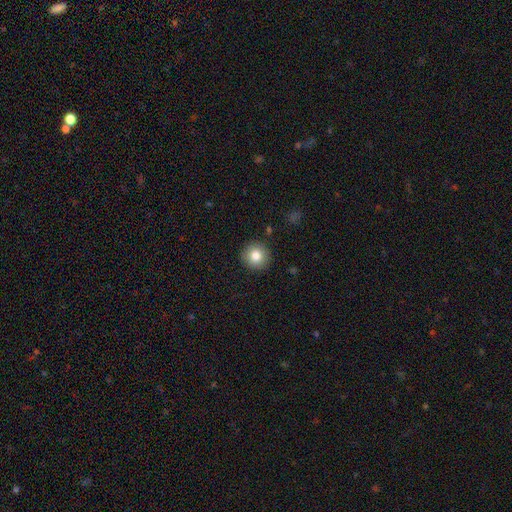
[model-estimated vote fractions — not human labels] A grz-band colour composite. It shows a smooth galaxy with no disk features (81%) that is round (94%). Merging: none (91%).